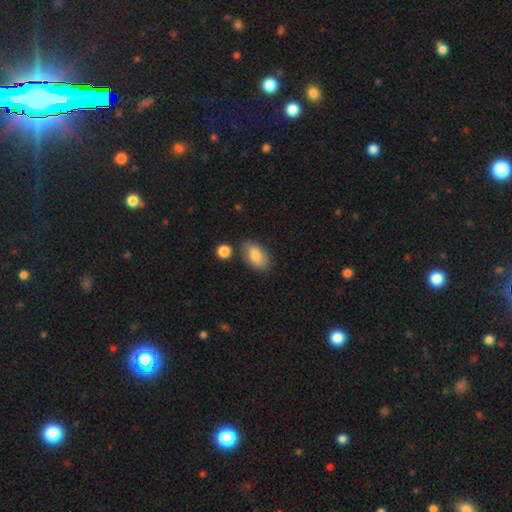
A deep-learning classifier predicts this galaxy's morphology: A smooth galaxy with no disk features (83%) that is in between round and cigar-shaped (92%).

Vote fractions:
- Smooth or featured? smooth: 83% / featured or disk: 10% / star or artifact: 7%
- How rounded? in between: 92% / round: 6% / cigar-shaped: 2%
- Merging? none: 77% / minor disturbance: 14% / merger: 6% / major disturbance: 3%